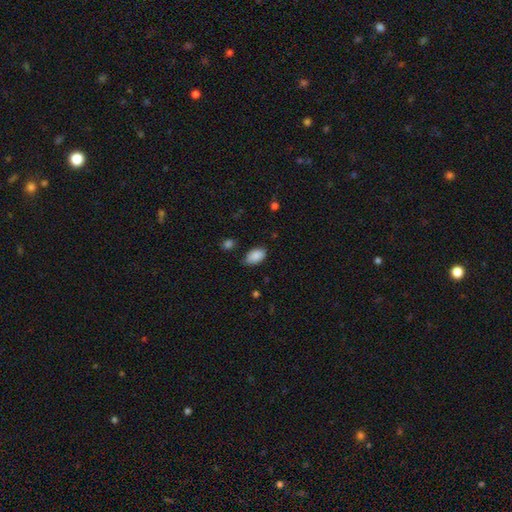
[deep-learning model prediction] The model was most divided on "merging": none: 69%, minor disturbance: 25%, major disturbance: 4%, merger: 2%. More confident: how rounded — in between (93%); smooth or featured — smooth (88%).